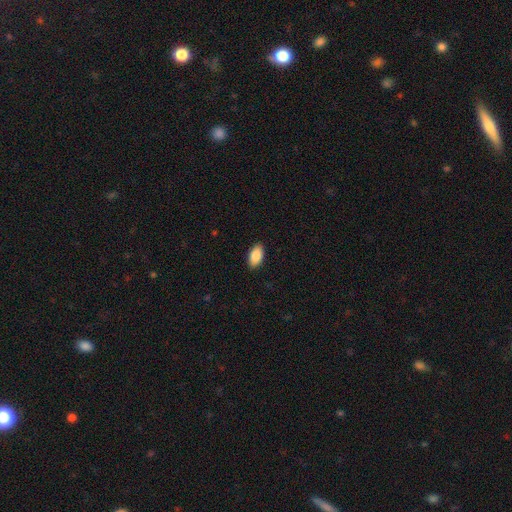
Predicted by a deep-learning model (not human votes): This appears to be a smooth galaxy with no disk features (88%) that is in between round and cigar-shaped (94%). Merging: none (90%).